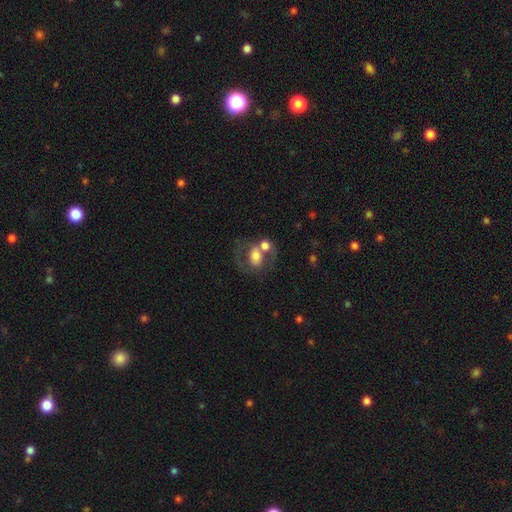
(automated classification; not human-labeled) A smooth galaxy with no disk features (50%) that is in between round and cigar-shaped (57%). Merging: merger (40%).